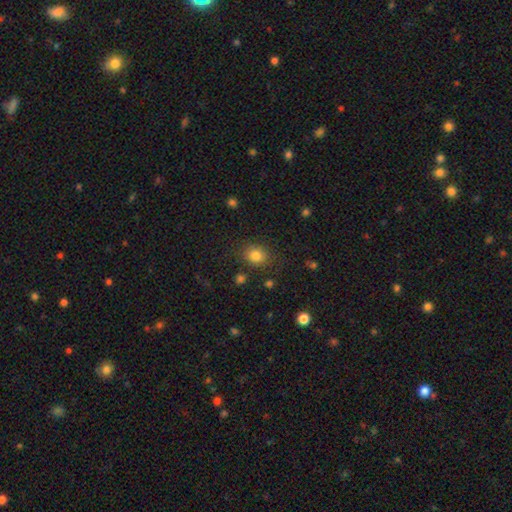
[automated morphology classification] A smooth galaxy with no disk features (81%) that is round (68%).

Vote fractions:
- Smooth or featured? smooth: 81% / star or artifact: 13% / featured or disk: 6%
- How rounded? round: 68% / in between: 31% / cigar-shaped: 1%
- Merging? none: 81% / minor disturbance: 12% / major disturbance: 4% / merger: 3%